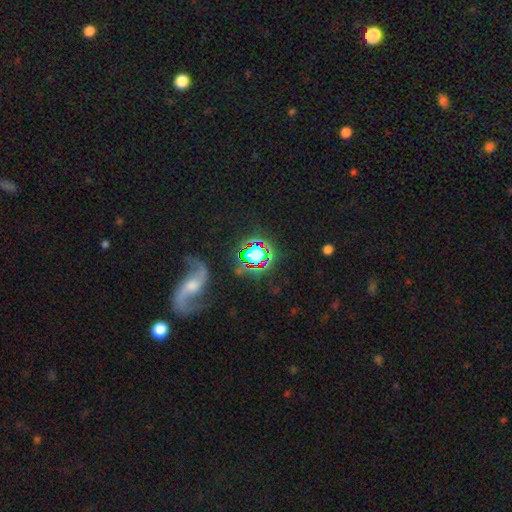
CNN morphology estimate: The model was most divided on "smooth or featured": featured or disk: 53%, star or artifact: 30%, smooth: 17%. More confident: edge-on disk — no (91%); merging — none (70%).